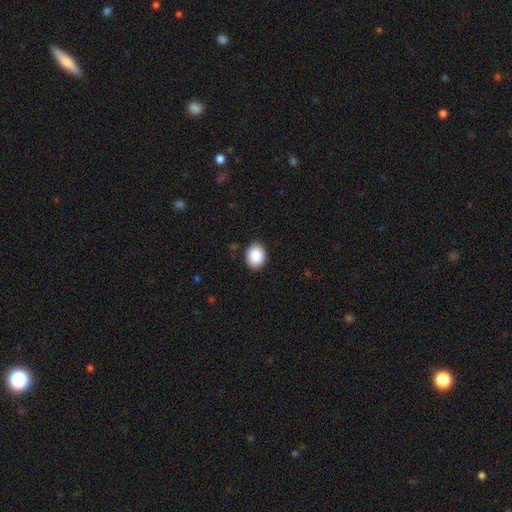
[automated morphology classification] A smooth galaxy with no disk features (88%) that is in between round and cigar-shaped (58%). Merging: none (89%).